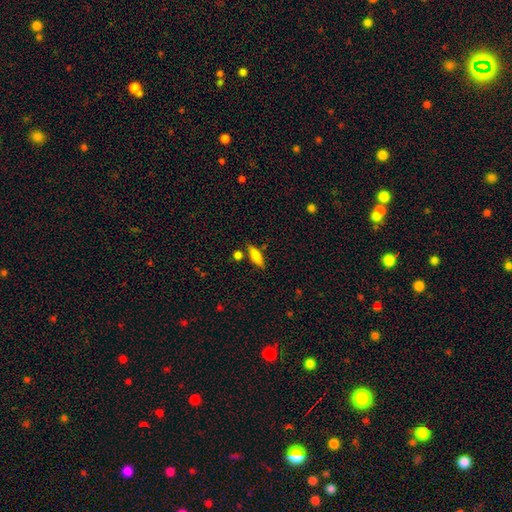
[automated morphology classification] Q: Smooth or featured?
A: smooth (79%); runner-up: featured or disk (14%)
Q: How rounded?
A: cigar-shaped (52%); runner-up: in between (46%)
Q: Merging?
A: none (75%); runner-up: minor disturbance (13%)